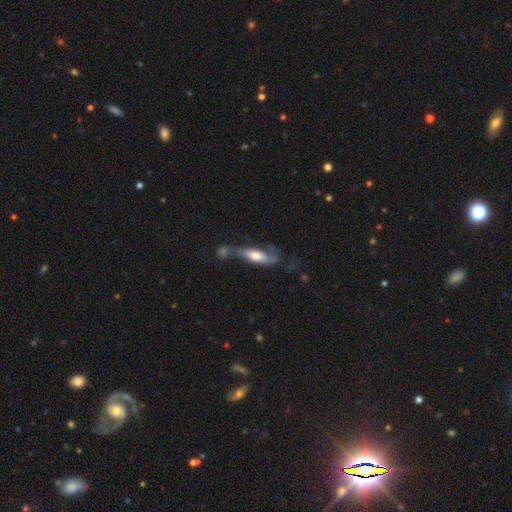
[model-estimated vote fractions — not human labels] A smooth galaxy with no disk features (49%). Merging: none (31%).